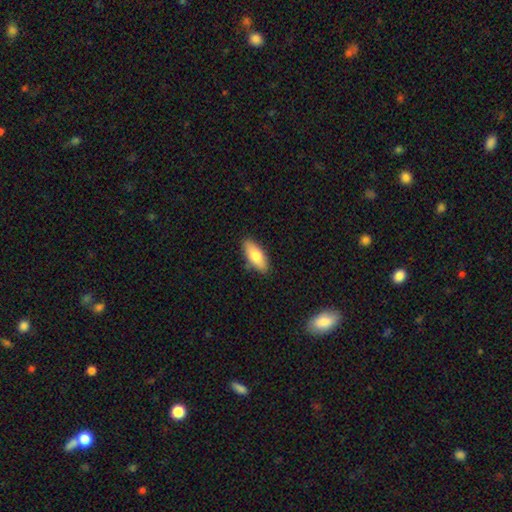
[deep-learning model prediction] Morphology: type=smooth (77%); roundness=in between (77%); merging=none (86%).